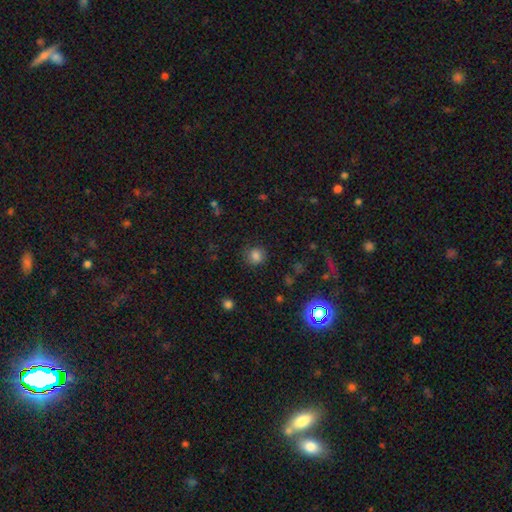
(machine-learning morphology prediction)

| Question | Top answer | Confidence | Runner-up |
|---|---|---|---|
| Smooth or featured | smooth | 79% | star or artifact (15%) |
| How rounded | round | 84% | in between (15%) |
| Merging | none | 81% | minor disturbance (13%) |